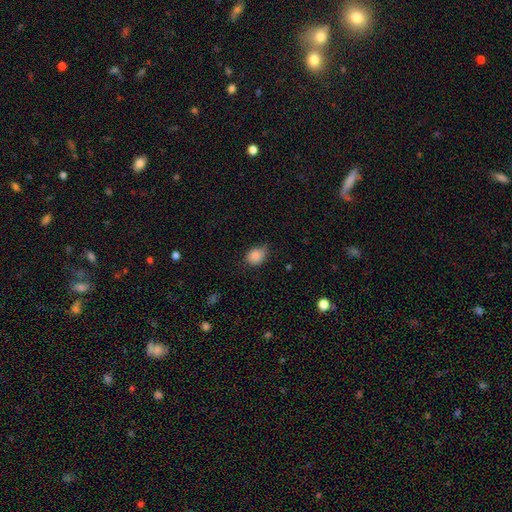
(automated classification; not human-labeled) Smooth or featured: smooth — 87% (star or artifact — 9%)
How rounded: in between — 54% (round — 45%)
Merging: none — 55% (minor disturbance — 36%)